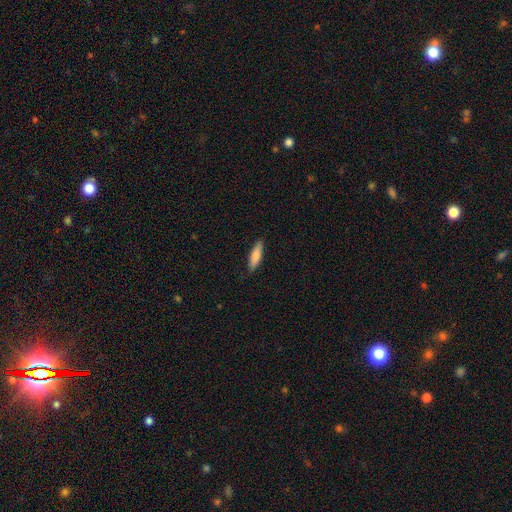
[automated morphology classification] Q: Smooth or featured?
A: smooth (80%); runner-up: featured or disk (15%)
Q: How rounded?
A: cigar-shaped (65%); runner-up: in between (33%)
Q: Merging?
A: none (86%); runner-up: minor disturbance (11%)